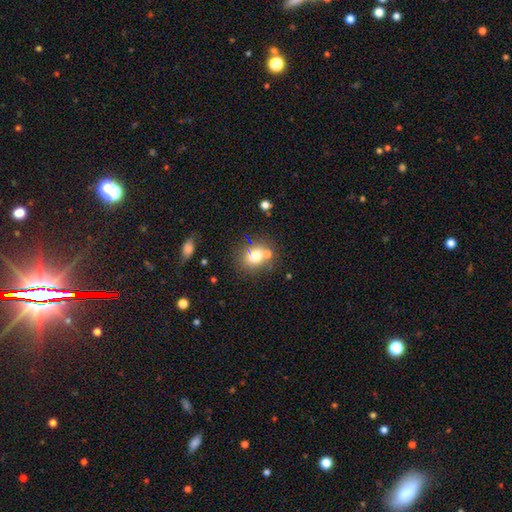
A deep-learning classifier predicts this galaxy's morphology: smooth 72%, featured or disk 14%, star or artifact 13%. Down the decision tree: how rounded — round (63%); merging — none (62%).